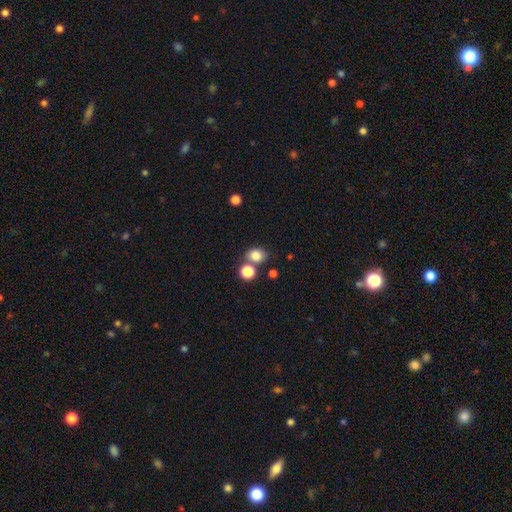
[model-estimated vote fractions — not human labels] This is clearly a smooth galaxy (82%). How rounded: possibly round (55%). Merging: likely none (60%).